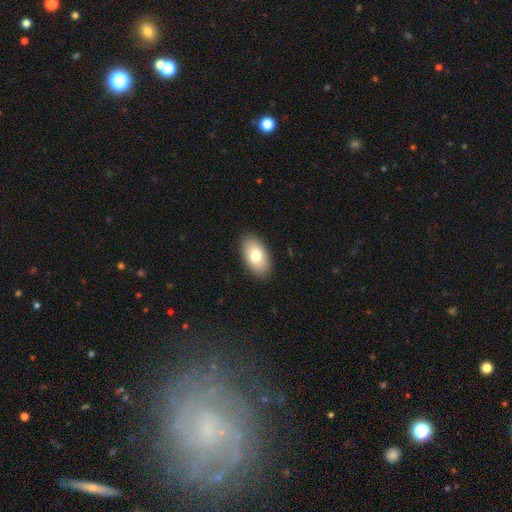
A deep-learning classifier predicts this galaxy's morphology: Overall: smooth (76%). How rounded: in between (93%). Merging: none (88%).